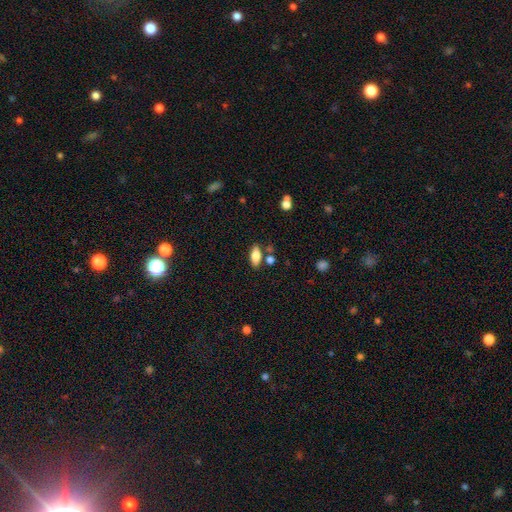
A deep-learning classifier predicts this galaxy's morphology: Smooth or featured? smooth (79%)
How rounded? in between (85%)
Merging? none (75%)